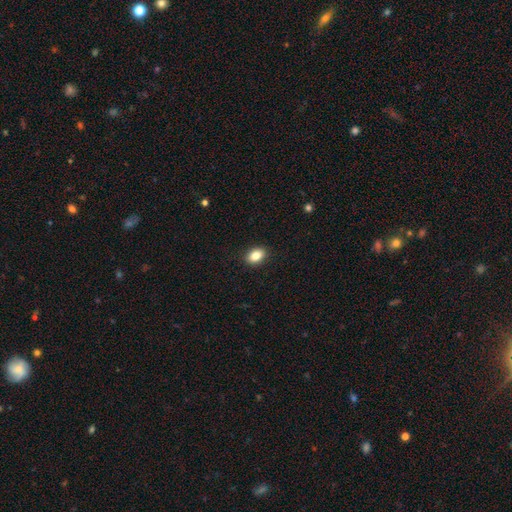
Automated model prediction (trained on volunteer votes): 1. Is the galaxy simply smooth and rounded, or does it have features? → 84% smooth, 9% star or artifact, 7% featured or disk.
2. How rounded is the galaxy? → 78% in between, 21% round, 1% cigar-shaped.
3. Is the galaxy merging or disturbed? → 90% none, 7% minor disturbance, 2% major disturbance, 1% merger.